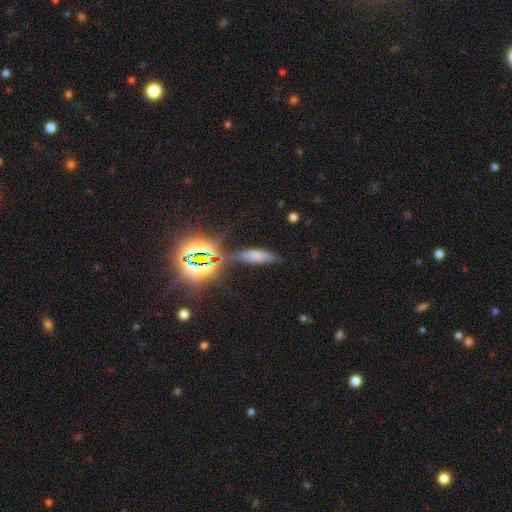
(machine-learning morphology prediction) The model was most divided on "how rounded": cigar-shaped: 49%, in between: 47%, round: 4%. More confident: merging — none (60%); smooth or featured — smooth (56%).